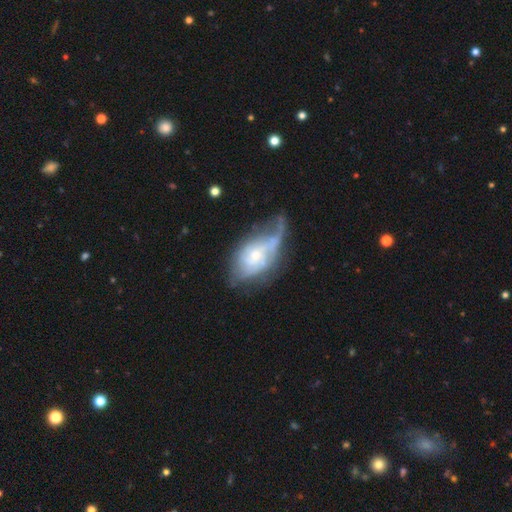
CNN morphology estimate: This appears to be a featured or disk galaxy (67%) with no bar (72%), spiral arms (65%) and a small central bulge (57%). Merging: major disturbance (39%).